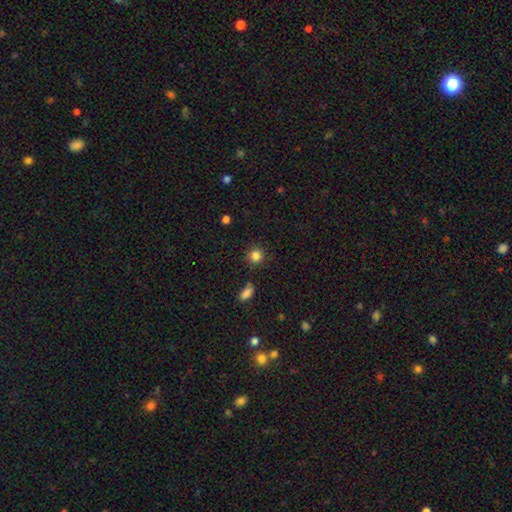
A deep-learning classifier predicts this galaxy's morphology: The model was most divided on "smooth or featured": smooth: 85%, star or artifact: 11%, featured or disk: 4%. More confident: how rounded — round (90%); merging — none (85%).